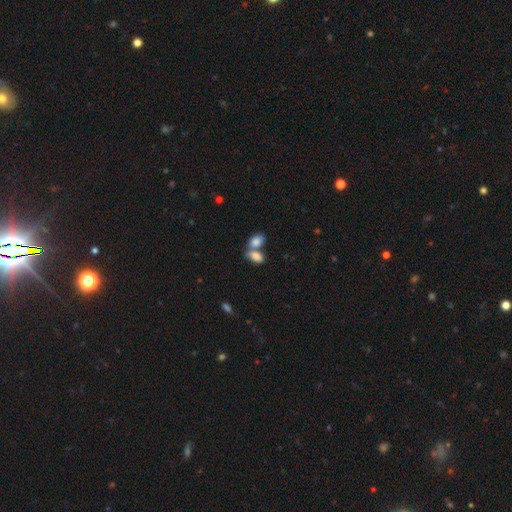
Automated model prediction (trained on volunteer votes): Smooth or featured? smooth (83%)
How rounded? in between (87%)
Merging? merger (60%)